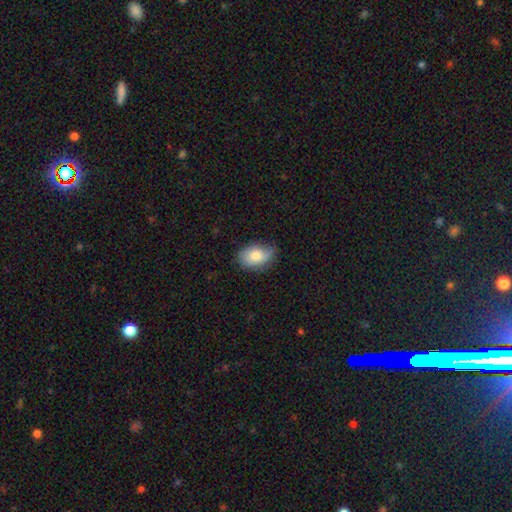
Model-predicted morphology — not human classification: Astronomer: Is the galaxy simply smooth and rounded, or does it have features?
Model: smooth — 77%.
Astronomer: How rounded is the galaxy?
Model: in between — 85%.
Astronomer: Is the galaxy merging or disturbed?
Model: none — 66%.